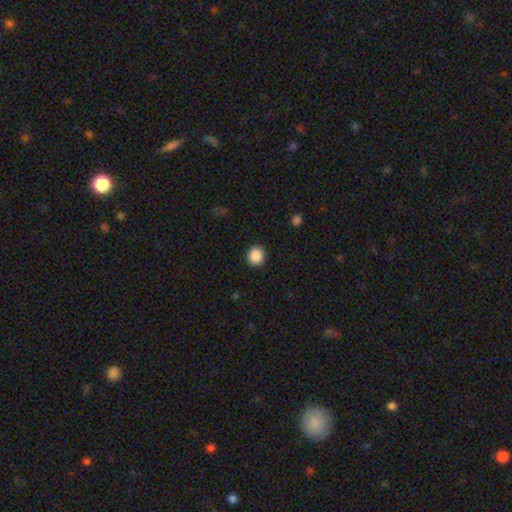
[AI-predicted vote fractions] Morphology: type=smooth (89%); roundness=round (88%); merging=none (92%).